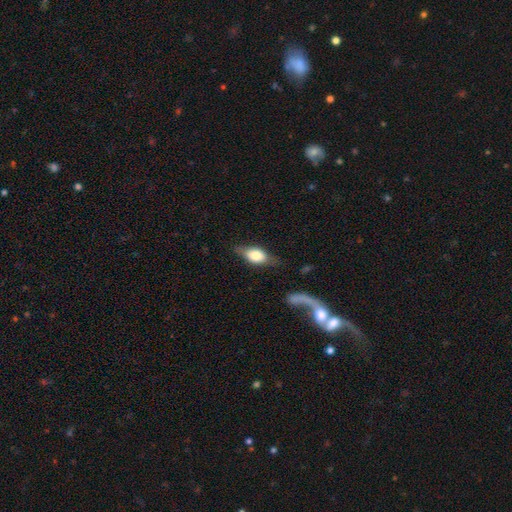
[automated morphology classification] The model was most divided on "smooth or featured": smooth: 63%, featured or disk: 30%, star or artifact: 7%. More confident: how rounded — in between (79%); merging — none (66%).